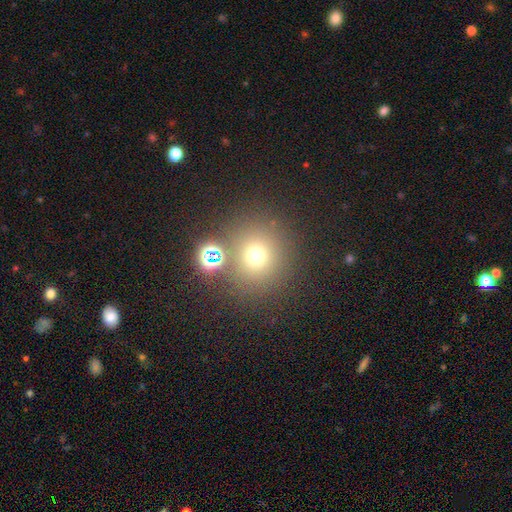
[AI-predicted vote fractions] A smooth galaxy with no disk features (68%) that is round (90%). Merging: none (78%).